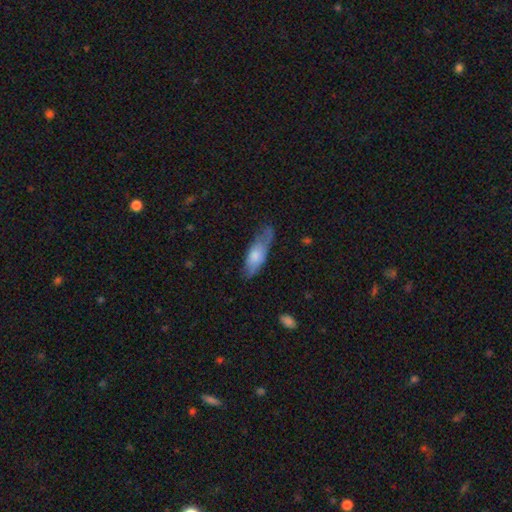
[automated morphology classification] smooth 64%, featured or disk 30%, star or artifact 6%. Down the decision tree: how rounded — in between (62%); merging — none (51%).